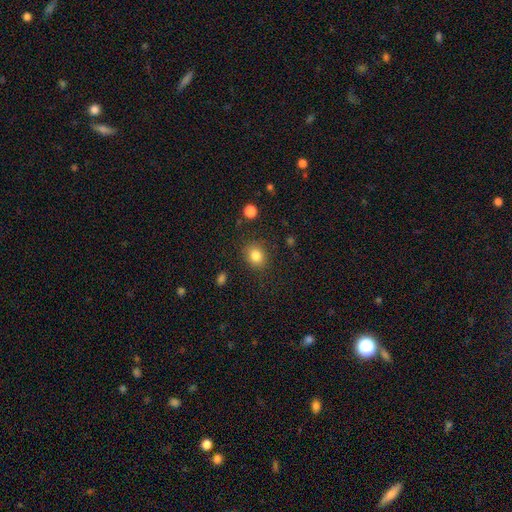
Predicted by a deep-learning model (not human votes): smooth 84%, star or artifact 11%, featured or disk 6%. Down the decision tree: how rounded — round (67%); merging — none (85%).